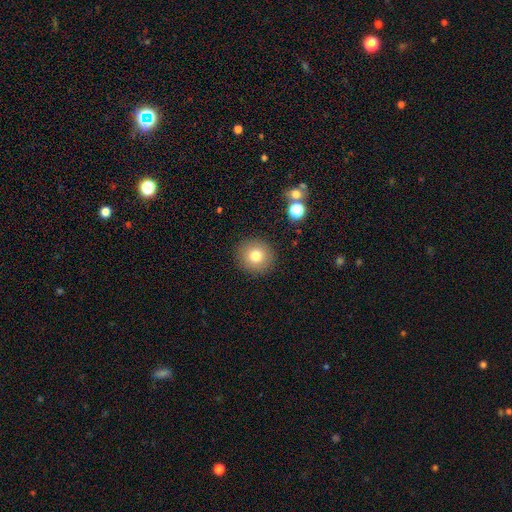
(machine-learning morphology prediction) smooth-or-featured: smooth: 78% | star or artifact: 11% | featured or disk: 11%
  how-rounded: round: 92% | in between: 7% | cigar-shaped: 1%
  merging: none: 90% | minor disturbance: 6% | major disturbance: 2% | merger: 1%